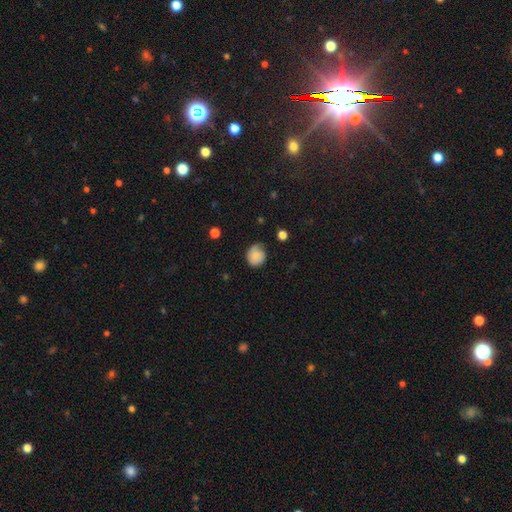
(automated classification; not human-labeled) Overall: smooth (72%). How rounded: round (77%). Merging: none (55%; minor disturbance 33%).